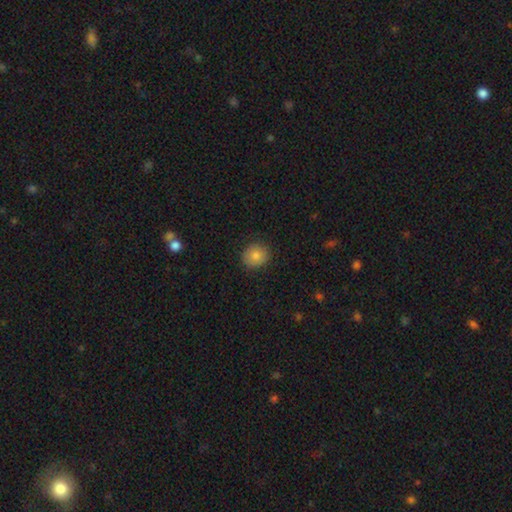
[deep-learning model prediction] smooth 82%, star or artifact 10%, featured or disk 8%. Down the decision tree: how rounded — round (85%); merging — none (88%).